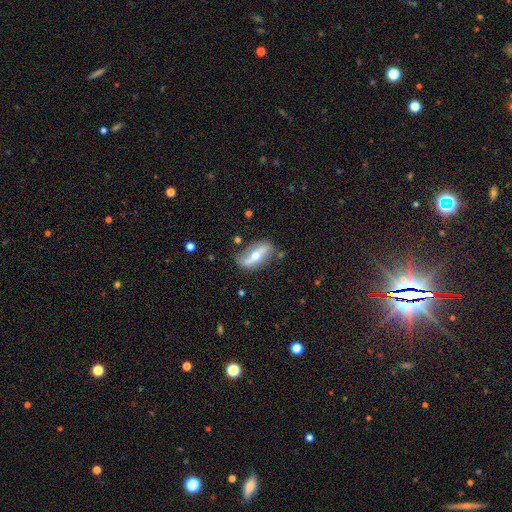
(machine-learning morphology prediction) Smooth or featured?
  - featured or disk: 68% *
  - smooth: 26%
  - star or artifact: 6%
Edge-on disk?
  - no: 69% *
  - yes: 31%
Merging?
  - none: 72% *
  - minor disturbance: 18%
  - major disturbance: 6%
  - merger: 3%